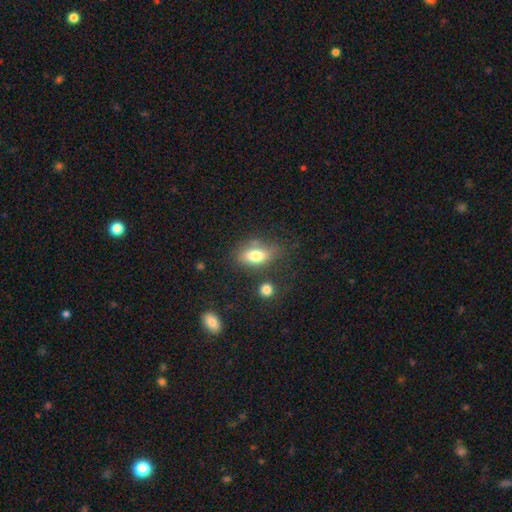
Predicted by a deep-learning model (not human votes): A smooth galaxy with no disk features (75%) that is in between round and cigar-shaped (85%). Merging: none (65%).